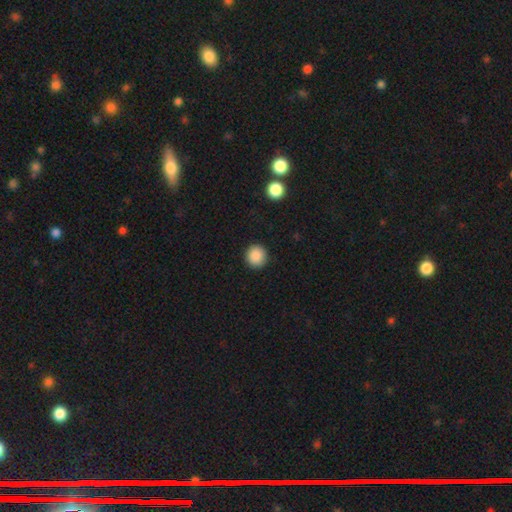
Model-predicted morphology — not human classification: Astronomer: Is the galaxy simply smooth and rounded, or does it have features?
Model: smooth — 88%.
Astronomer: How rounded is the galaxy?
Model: round — 93%.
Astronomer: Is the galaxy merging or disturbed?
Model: none — 92%.